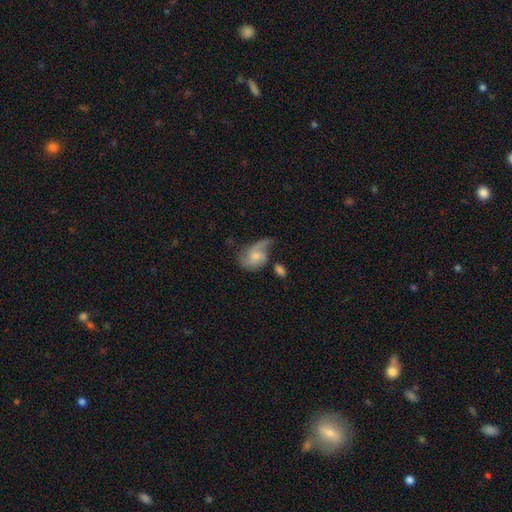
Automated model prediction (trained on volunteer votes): The model was most divided on "merging": major disturbance: 31%, minor disturbance: 29%, none: 28%, merger: 12%. Remaining: edge-on disk — no (97%); spiral arms — yes (85%); bar — no (64%); smooth or featured — featured or disk (60%); bulge size — small (48%).